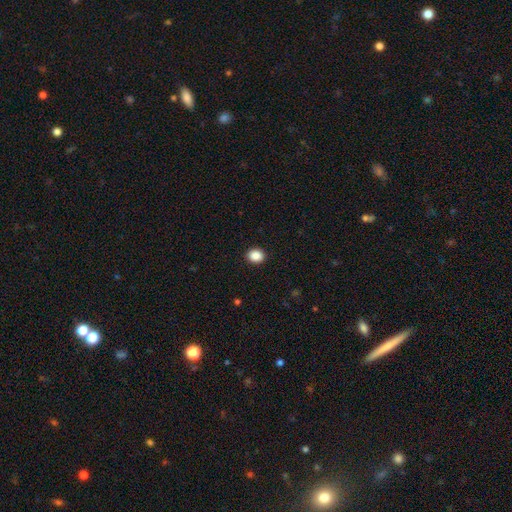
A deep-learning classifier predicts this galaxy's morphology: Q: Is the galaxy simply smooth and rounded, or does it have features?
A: smooth — 88%.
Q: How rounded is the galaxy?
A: round — 64%.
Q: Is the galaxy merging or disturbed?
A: none — 92%.